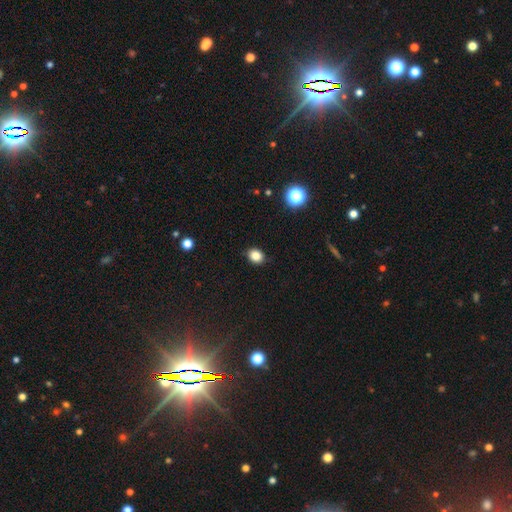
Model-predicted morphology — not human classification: smooth 84%, star or artifact 11%, featured or disk 5%. Down the decision tree: how rounded — round (53%); merging — none (89%).